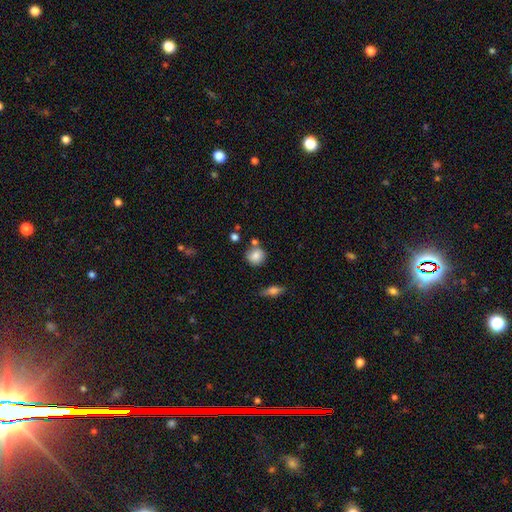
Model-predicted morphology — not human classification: Smooth or featured: smooth — 79% (featured or disk — 11%)
How rounded: round — 86% (in between — 13%)
Merging: none — 71% (minor disturbance — 14%)